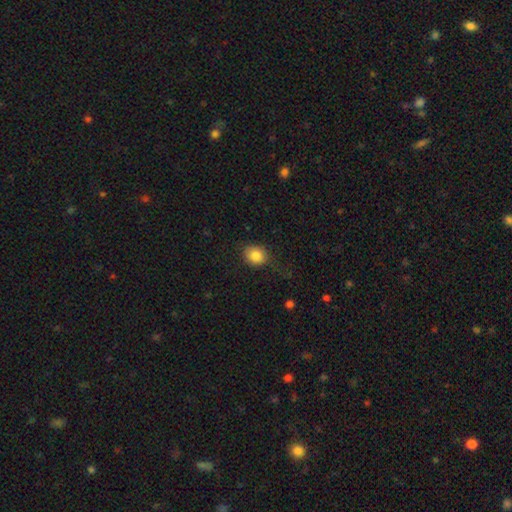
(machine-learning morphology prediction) Smooth or featured? Predicted: smooth (p=0.84). How rounded? Predicted: round (p=0.67). Merging? Predicted: none (p=0.71).